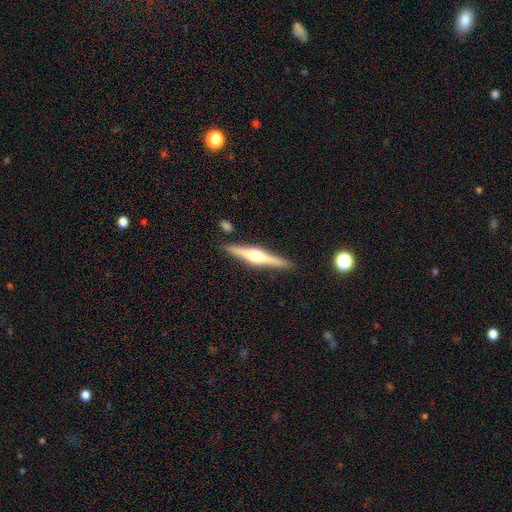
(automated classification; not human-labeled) Smooth or featured?
  - featured or disk: 77% *
  - smooth: 18%
  - star or artifact: 5%
Edge-on disk?
  - yes: 98% *
  - no: 2%
Edge-on bulge?
  - rounded: 93% *
  - boxy: 5%
  - none: 2%
Merging?
  - none: 88% *
  - minor disturbance: 8%
  - merger: 2%
  - major disturbance: 2%